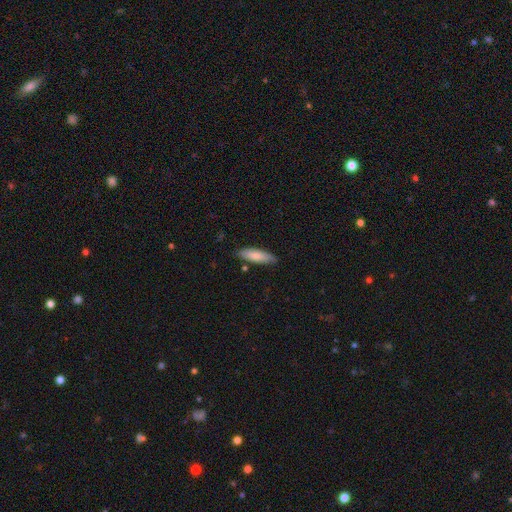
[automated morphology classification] A smooth galaxy with no disk features (81%) that is cigar-shaped (56%). Merging: none (82%).